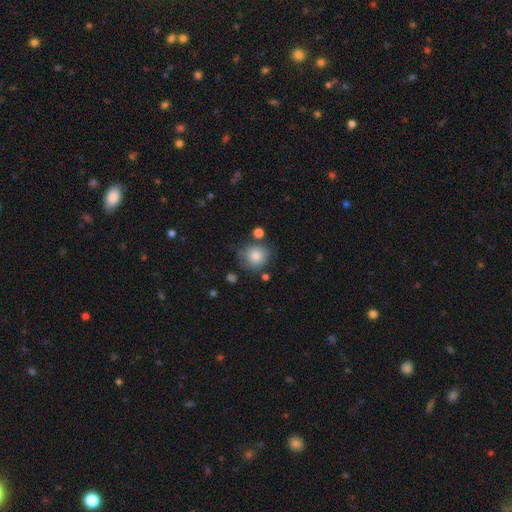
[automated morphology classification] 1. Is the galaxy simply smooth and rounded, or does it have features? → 83% smooth, 9% star or artifact, 9% featured or disk.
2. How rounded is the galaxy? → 86% round, 13% in between, 1% cigar-shaped.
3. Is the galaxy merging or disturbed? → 69% none, 18% minor disturbance, 8% merger, 6% major disturbance.